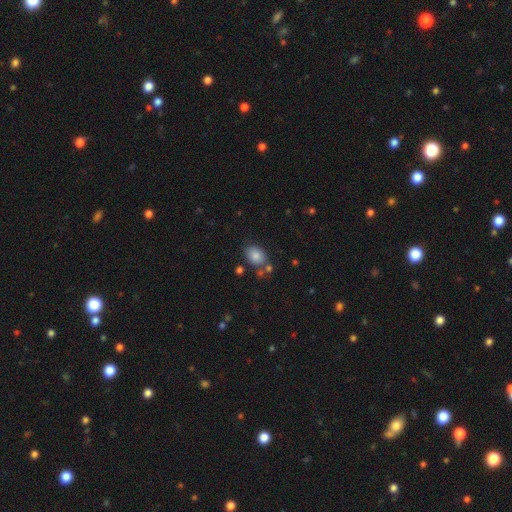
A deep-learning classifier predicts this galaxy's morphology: Smooth or featured? smooth (82%)
How rounded? in between (71%)
Merging? none (70%)